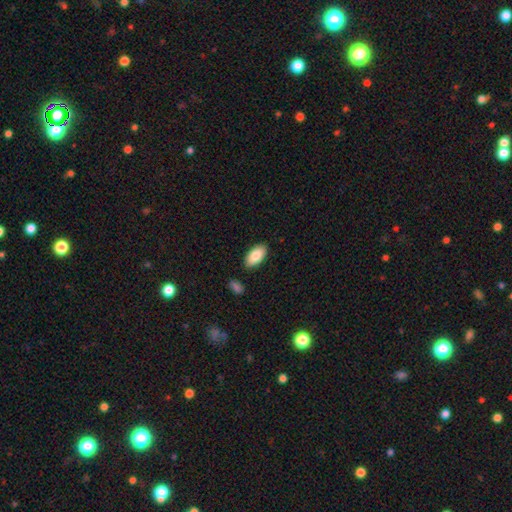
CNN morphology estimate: Smooth or featured?
  - smooth: 85% *
  - featured or disk: 9%
  - star or artifact: 6%
How rounded?
  - in between: 94% *
  - cigar-shaped: 4%
  - round: 2%
Merging?
  - none: 87% *
  - minor disturbance: 9%
  - merger: 2%
  - major disturbance: 2%